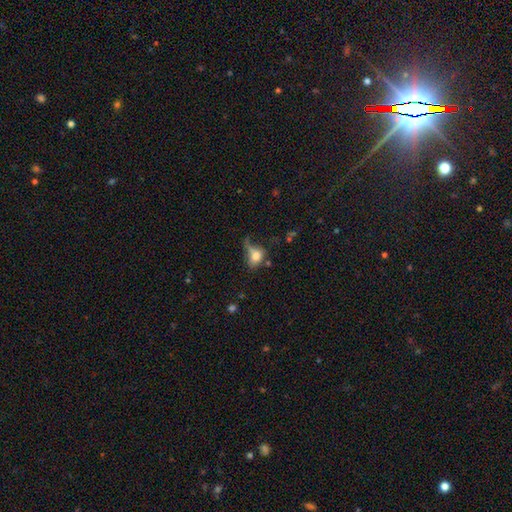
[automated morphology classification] Smooth or featured? smooth (73%)
How rounded? in between (62%)
Merging? none (32%)